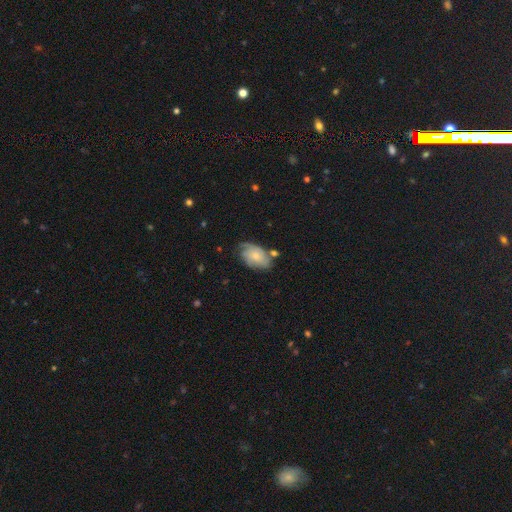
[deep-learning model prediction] This is possibly a featured or disk galaxy (57%). It is clearly not viewed edge-on (96%). Bar: likely no (78%). Spiral arm pattern: clearly yes (85%). Central bulge: possibly small (54%). Merging: possibly none (55%).